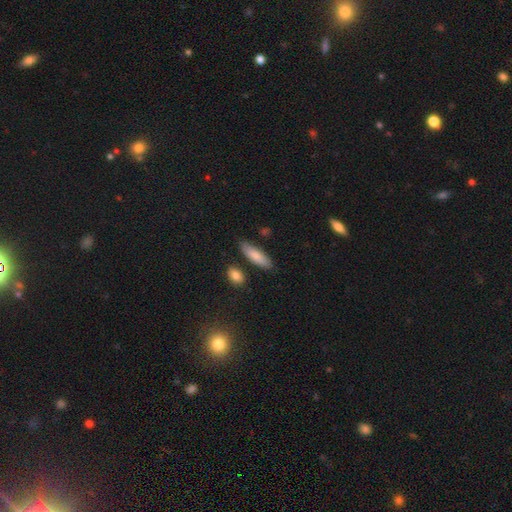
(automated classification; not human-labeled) The model was most divided on "how rounded": cigar-shaped: 50%, in between: 48%, round: 2%. More confident: smooth or featured — smooth (83%); merging — none (82%).